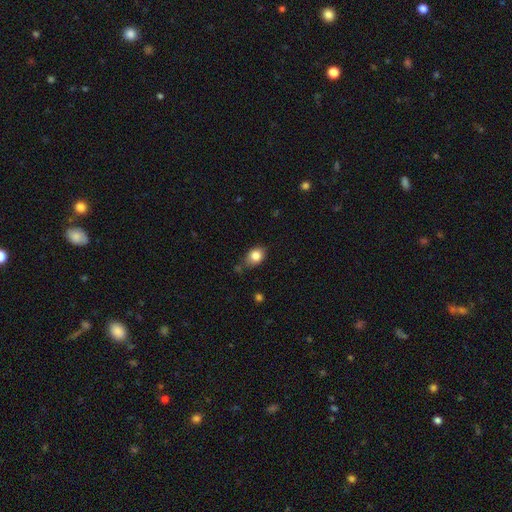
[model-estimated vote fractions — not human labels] Smooth or featured? Predicted: smooth (p=0.84). How rounded? Predicted: in between (p=0.62). Merging? Predicted: none (p=0.69).